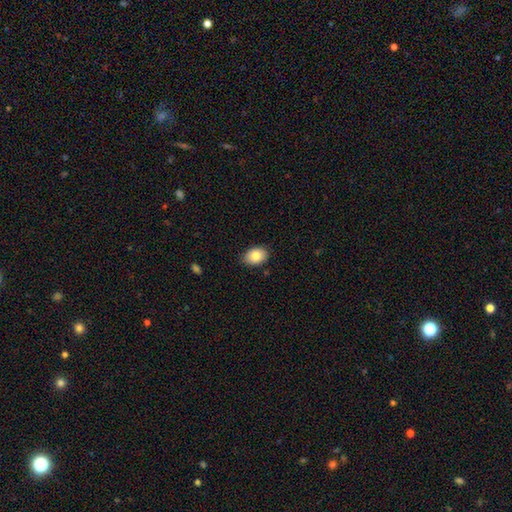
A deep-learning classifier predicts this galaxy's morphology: The model was most divided on "how rounded": in between: 76%, round: 23%, cigar-shaped: 1%. More confident: smooth or featured — smooth (85%); merging — none (84%).